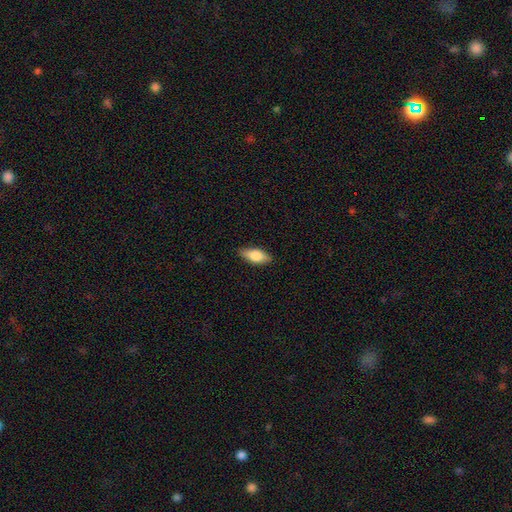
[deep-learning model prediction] Smooth or featured? Predicted: smooth (p=0.76). How rounded? Predicted: in between (p=0.81). Merging? Predicted: none (p=0.86).